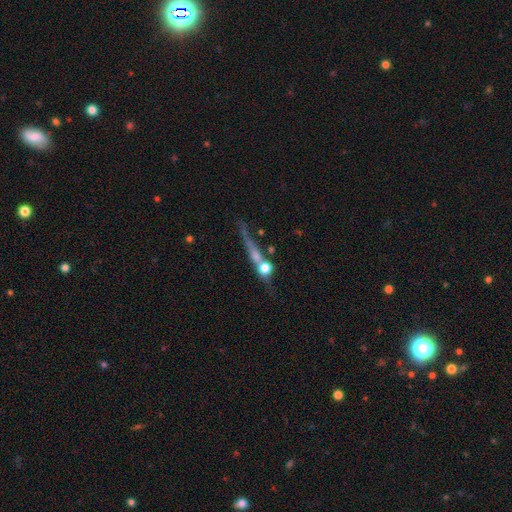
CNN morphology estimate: Smooth or featured? Predicted: featured or disk (p=0.52). Edge-on disk? Predicted: yes (p=0.79). Merging? Predicted: none (p=0.47).